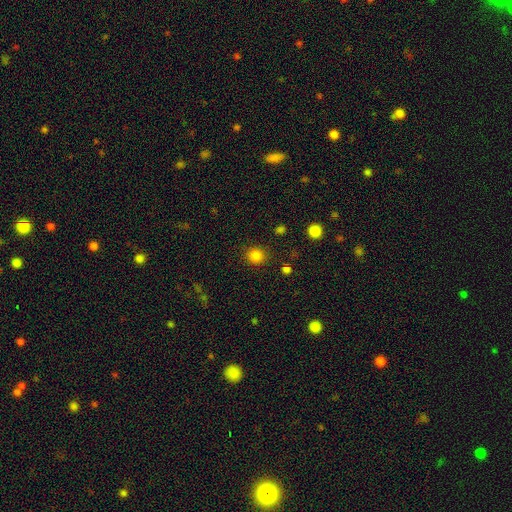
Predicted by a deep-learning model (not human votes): Smooth or featured: smooth — 83% (star or artifact — 13%)
How rounded: round — 88% (in between — 12%)
Merging: none — 88% (minor disturbance — 7%)